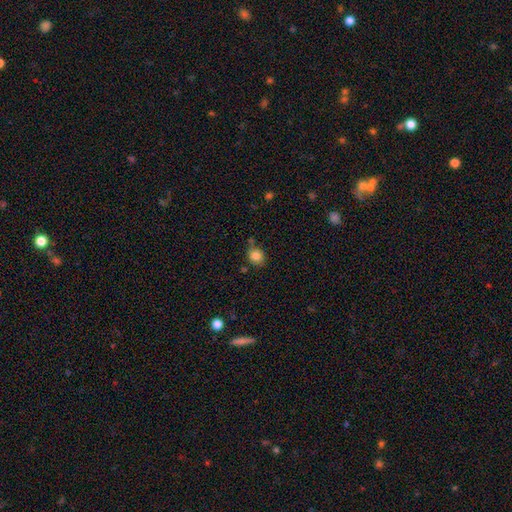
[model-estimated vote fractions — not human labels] Smooth or featured? Predicted: smooth (p=0.84). How rounded? Predicted: round (p=0.74). Merging? Predicted: none (p=0.71).